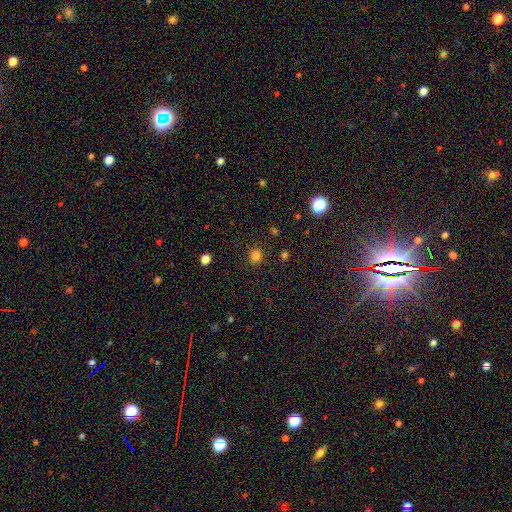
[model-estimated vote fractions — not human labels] Smooth or featured: smooth — 80% (star or artifact — 16%)
How rounded: round — 89% (in between — 10%)
Merging: none — 88% (minor disturbance — 8%)